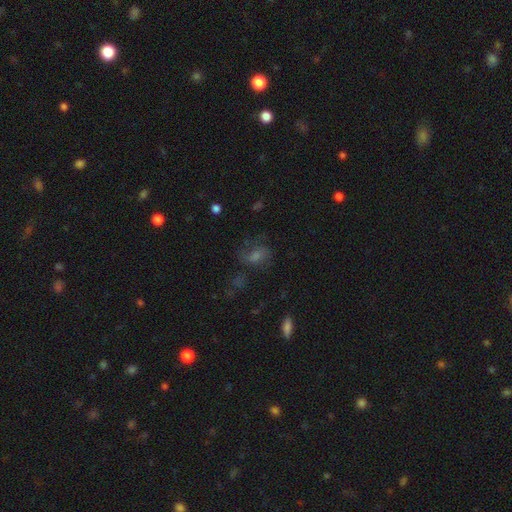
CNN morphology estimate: Q: Smooth or featured?
A: featured or disk (40%); runner-up: smooth (30%)
Q: Merging?
A: none (61%); runner-up: major disturbance (18%)